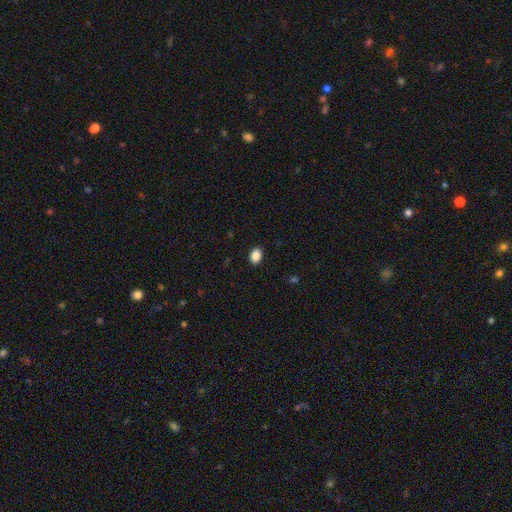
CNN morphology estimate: smooth-or-featured: smooth: 87% | star or artifact: 9% | featured or disk: 4%
  how-rounded: in between: 77% | round: 22% | cigar-shaped: 1%
  merging: none: 90% | minor disturbance: 7% | major disturbance: 2% | merger: 1%